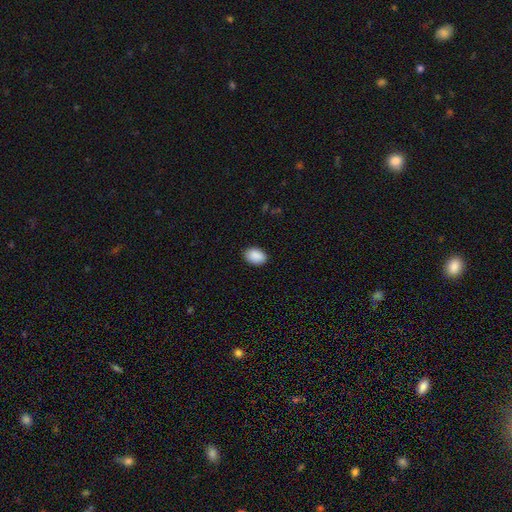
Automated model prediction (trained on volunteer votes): A smooth galaxy with no disk features (90%) that is in between round and cigar-shaped (86%). Merging: none (88%).